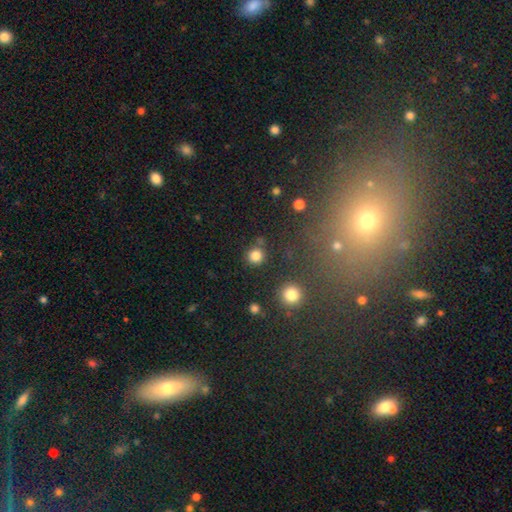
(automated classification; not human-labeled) Q: Smooth or featured?
A: smooth (82%); runner-up: star or artifact (13%)
Q: How rounded?
A: round (93%); runner-up: in between (6%)
Q: Merging?
A: none (84%); runner-up: minor disturbance (8%)